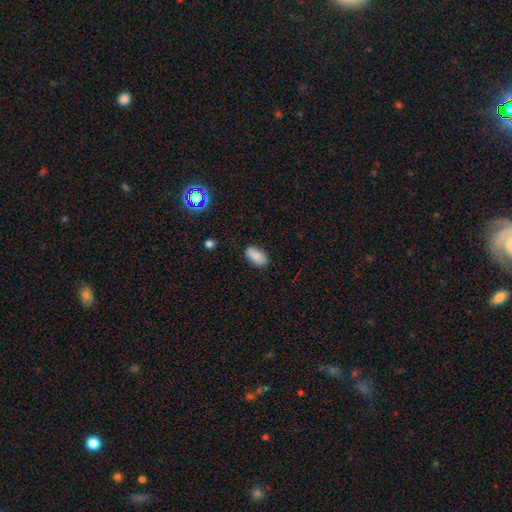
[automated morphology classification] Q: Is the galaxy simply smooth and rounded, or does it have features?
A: smooth — 86%.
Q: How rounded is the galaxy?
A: in between — 92%.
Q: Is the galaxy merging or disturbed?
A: none — 83%.